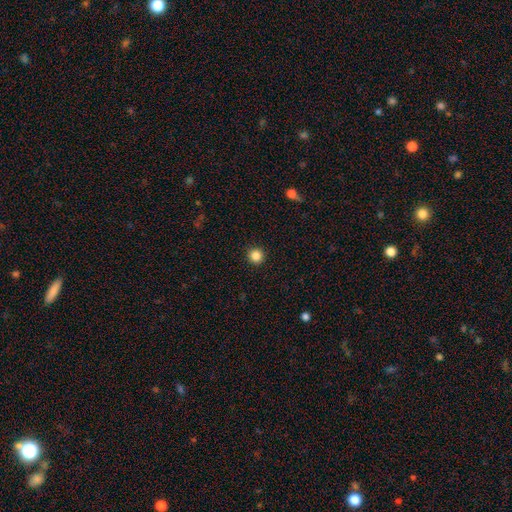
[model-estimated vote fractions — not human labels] A smooth galaxy with no disk features (86%) that is round (96%). Merging: none (93%).